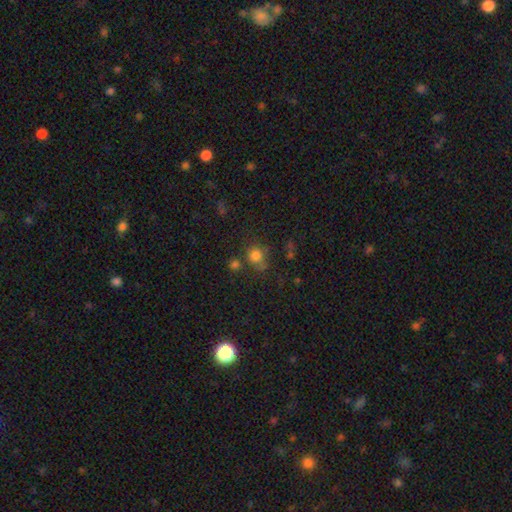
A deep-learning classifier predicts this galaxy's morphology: Smooth or featured: smooth — 77% (star or artifact — 16%)
How rounded: round — 86% (in between — 13%)
Merging: none — 62% (merger — 16%)